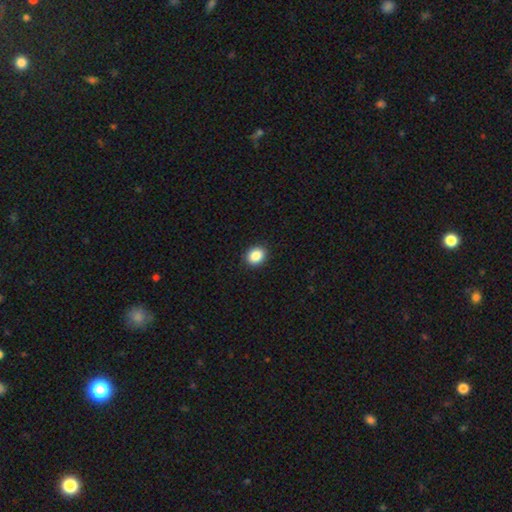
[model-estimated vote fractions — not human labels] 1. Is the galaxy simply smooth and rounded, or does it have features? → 87% smooth, 9% star or artifact, 4% featured or disk.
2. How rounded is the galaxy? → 60% round, 39% in between, 1% cigar-shaped.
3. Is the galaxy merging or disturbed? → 90% none, 7% minor disturbance, 2% major disturbance, 1% merger.